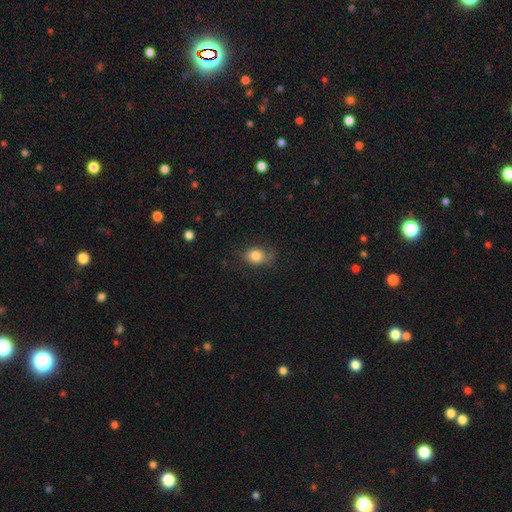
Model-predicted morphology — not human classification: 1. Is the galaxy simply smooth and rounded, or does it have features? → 81% smooth, 10% featured or disk, 9% star or artifact.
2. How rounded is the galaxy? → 50% in between, 49% round, 1% cigar-shaped.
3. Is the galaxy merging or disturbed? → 64% none, 25% minor disturbance, 10% major disturbance, 2% merger.